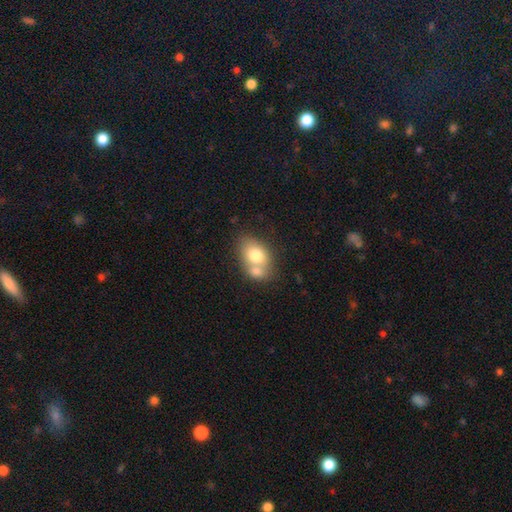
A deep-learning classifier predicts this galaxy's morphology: A smooth galaxy with no disk features (72%) that is in between round and cigar-shaped (75%). Merging: merger (54%).